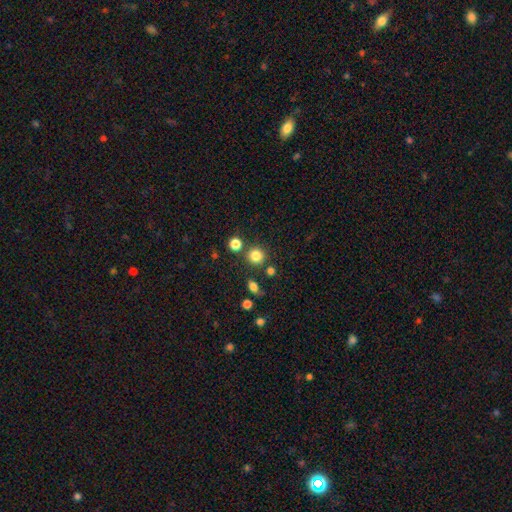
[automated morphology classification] Smooth or featured? smooth (82%)
How rounded? round (92%)
Merging? none (82%)